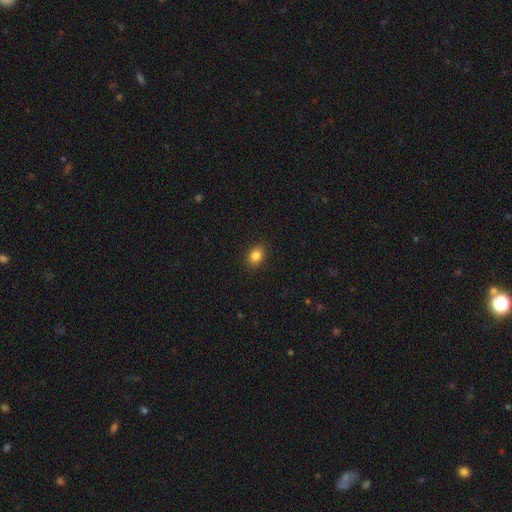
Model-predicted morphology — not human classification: This appears to be a smooth galaxy with no disk features (84%) that is in between round and cigar-shaped (61%). Merging: none (90%).